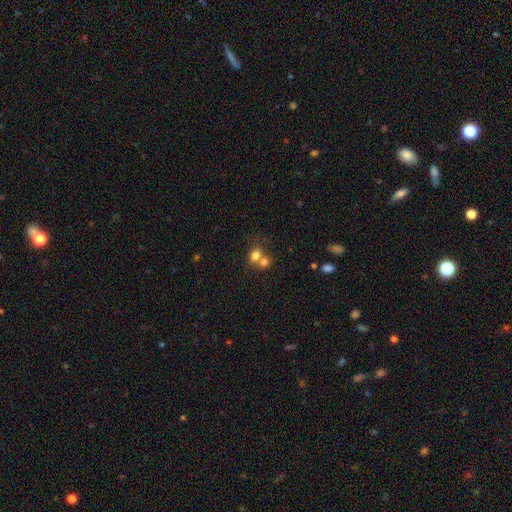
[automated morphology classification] smooth-or-featured: smooth: 75% | featured or disk: 13% | star or artifact: 12%
  how-rounded: round: 51% | in between: 48% | cigar-shaped: 1%
  merging: merger: 58% | none: 30% | minor disturbance: 8% | major disturbance: 4%